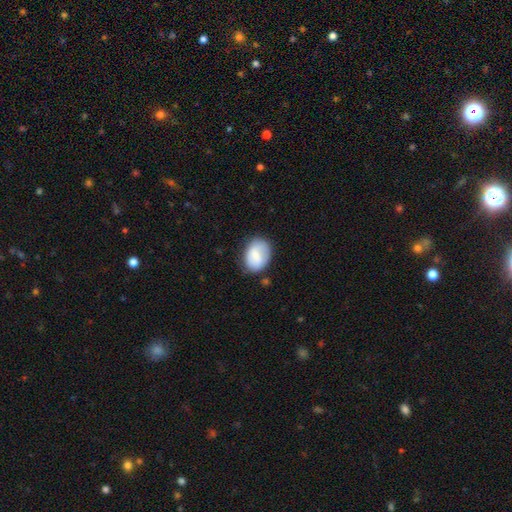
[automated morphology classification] type=smooth (73%); roundness=in between (70%); merging=none (65%).